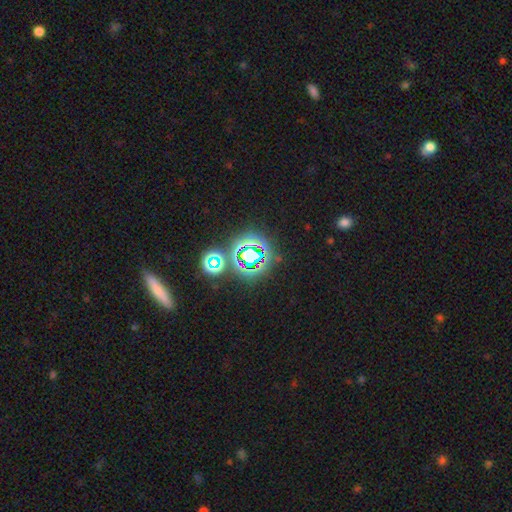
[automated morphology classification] Overall: star or artifact (72%).